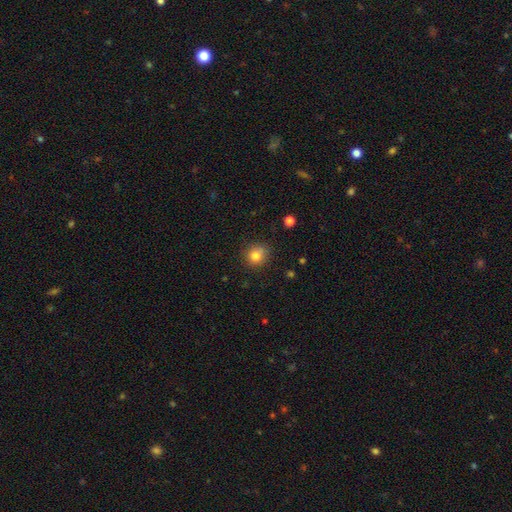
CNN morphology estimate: A smooth galaxy with no disk features (82%) that is round (82%). Merging: none (83%).